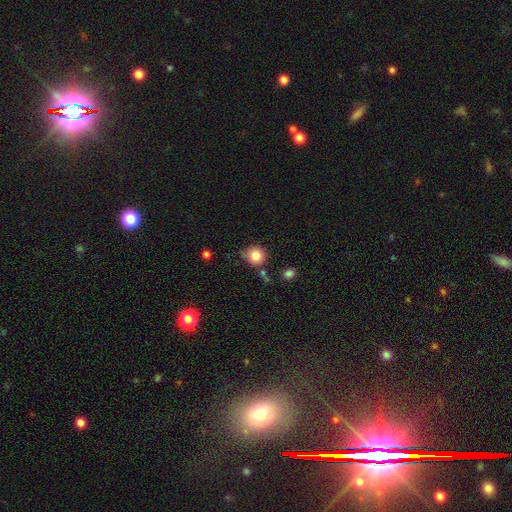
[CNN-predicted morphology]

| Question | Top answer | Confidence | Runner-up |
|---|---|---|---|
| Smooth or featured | smooth | 83% | star or artifact (10%) |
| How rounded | round | 89% | in between (10%) |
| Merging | none | 67% | minor disturbance (20%) |